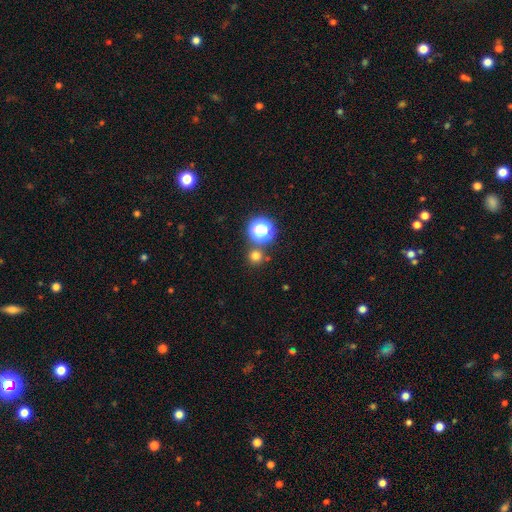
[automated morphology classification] smooth_or_featured: smooth (p=0.69) [alt: star or artifact p=0.25]
how_rounded: round (p=0.93) [alt: in between p=0.06]
merging: none (p=0.79) [alt: merger p=0.11]